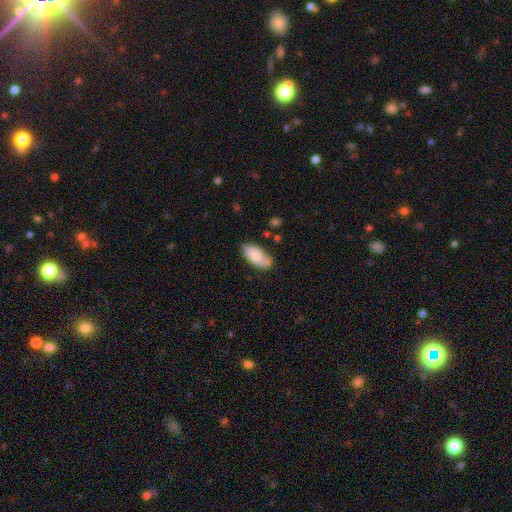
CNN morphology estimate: Smooth or featured: smooth — 83% (featured or disk — 11%)
How rounded: in between — 92% (cigar-shaped — 6%)
Merging: none — 65% (minor disturbance — 23%)